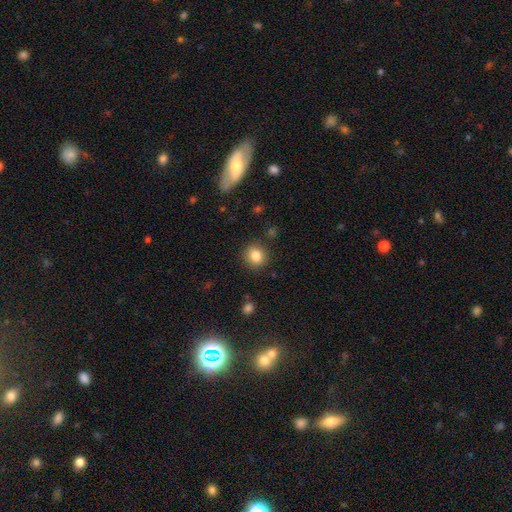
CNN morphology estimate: Smooth or featured? Predicted: smooth (p=0.83). How rounded? Predicted: round (p=0.82). Merging? Predicted: none (p=0.88).